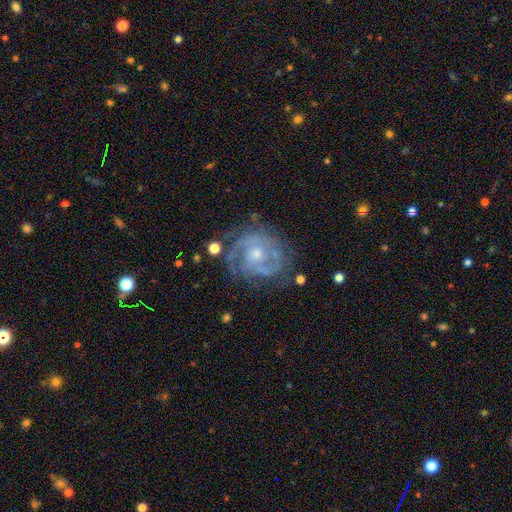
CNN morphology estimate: The model was most divided on "bulge size": small: 48%, moderate: 47%, large: 2%, none: 2%, dominant: 1%. Remaining: edge-on disk — no (97%); spiral arms — yes (94%); smooth or featured — featured or disk (82%); merging — none (74%); spiral winding — tight (67%); bar — no (59%); spiral arm count — 2 (40%).